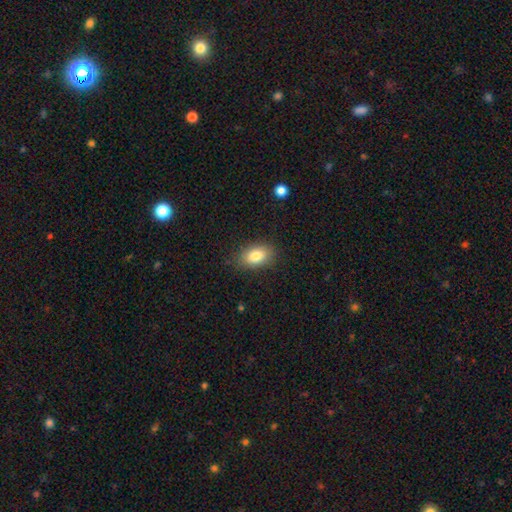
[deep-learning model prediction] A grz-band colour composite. It shows a smooth galaxy with no disk features (83%) that is in between round and cigar-shaped (88%). Merging: none (83%).